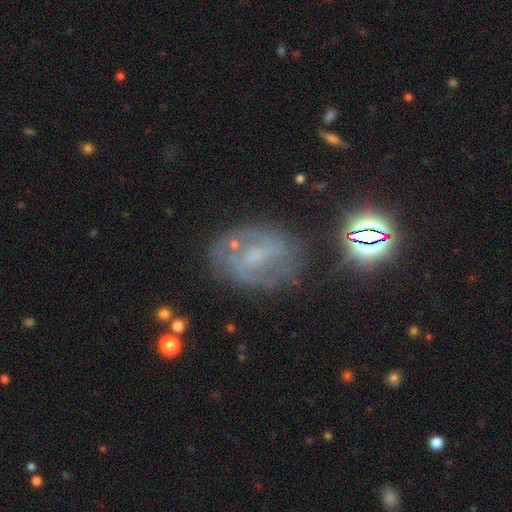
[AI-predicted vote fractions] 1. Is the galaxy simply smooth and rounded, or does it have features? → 68% featured or disk, 17% smooth, 15% star or artifact.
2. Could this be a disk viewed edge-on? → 96% no, 4% yes.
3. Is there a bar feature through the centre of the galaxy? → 50% weak, 30% no, 19% strong.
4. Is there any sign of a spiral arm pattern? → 77% yes, 23% no.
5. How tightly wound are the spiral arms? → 43% medium, 37% tight, 21% loose.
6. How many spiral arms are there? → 58% 2, 29% can't tell, 5% 1, 4% 3, 2% 4, 2% more than 4.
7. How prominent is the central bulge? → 43% small, 28% none, 25% moderate, 3% large, 1% dominant.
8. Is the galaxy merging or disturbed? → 68% none, 18% minor disturbance, 10% major disturbance, 3% merger.